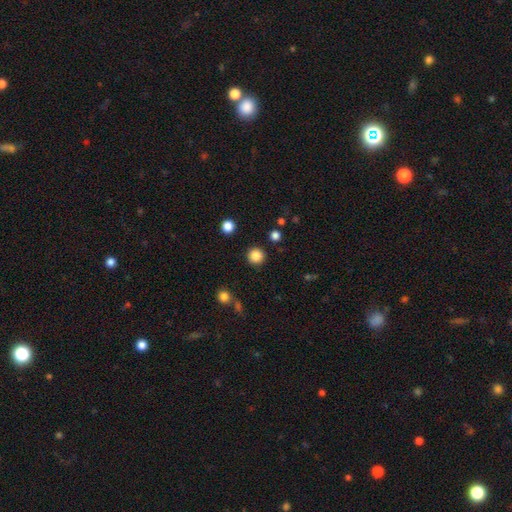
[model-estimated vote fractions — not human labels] smooth 86%, star or artifact 11%, featured or disk 3%. Down the decision tree: how rounded — round (95%); merging — none (91%).